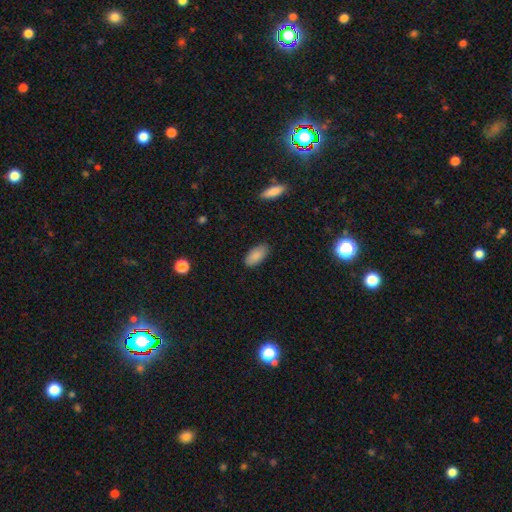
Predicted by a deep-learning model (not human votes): This appears to be a smooth galaxy with no disk features (87%) that is in between round and cigar-shaped (92%). Merging: none (85%).